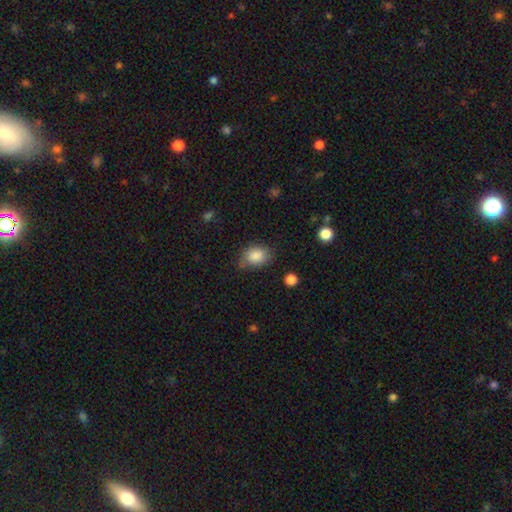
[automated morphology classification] type=smooth (85%); roundness=in between (71%); merging=none (62%).